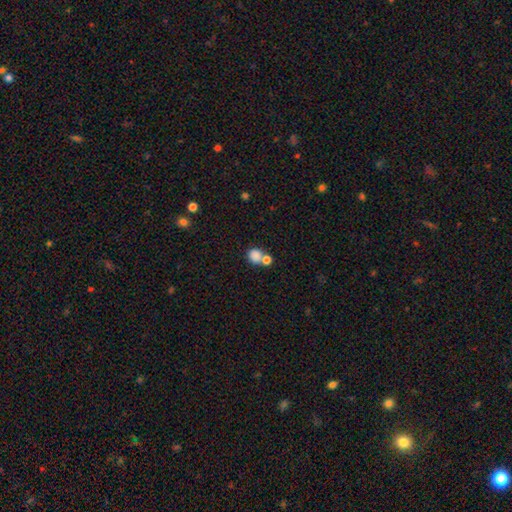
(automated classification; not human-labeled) Overall: smooth (83%). How rounded: round (78%). Merging: none (49%; merger 37%).